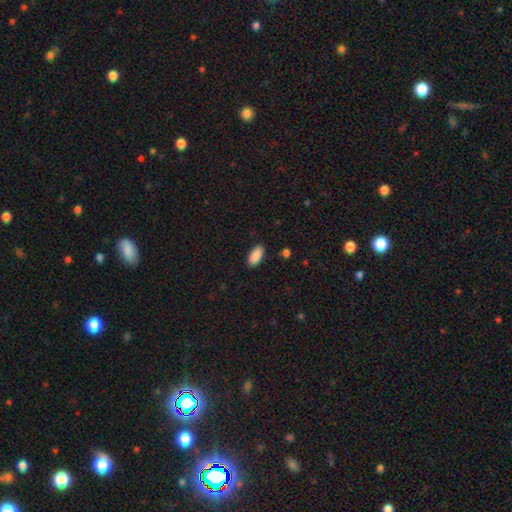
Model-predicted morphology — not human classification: type=smooth (90%); roundness=in between (92%); merging=none (89%).